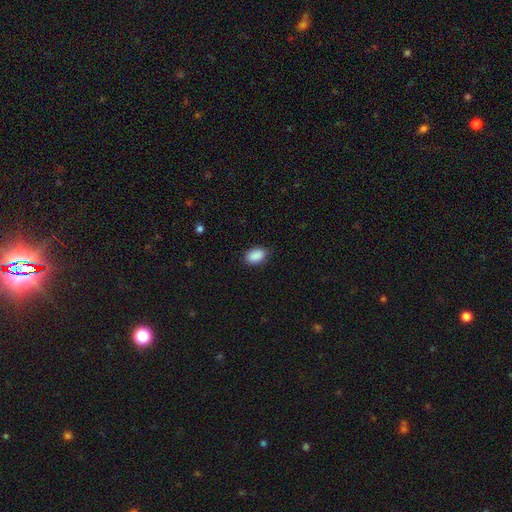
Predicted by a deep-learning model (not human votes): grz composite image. It shows a smooth galaxy with no disk features (90%) that is in between round and cigar-shaped (91%). Merging: none (84%).